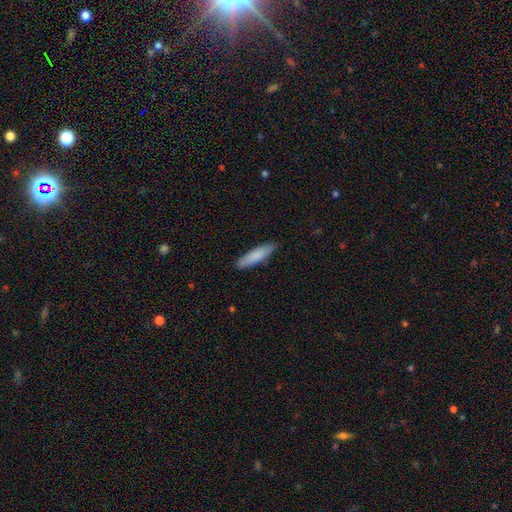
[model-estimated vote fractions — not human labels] Smooth or featured? Predicted: smooth (p=0.83). How rounded? Predicted: cigar-shaped (p=0.73). Merging? Predicted: none (p=0.87).